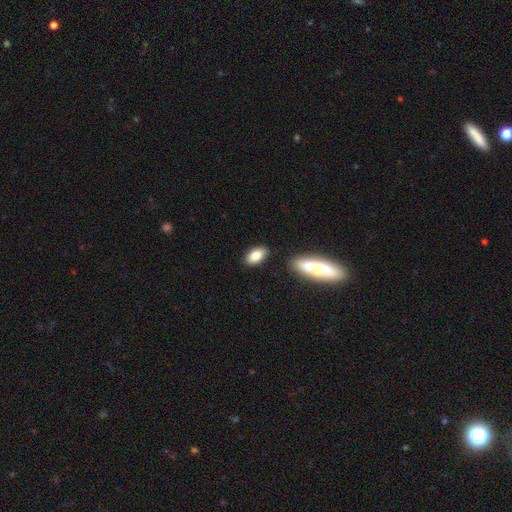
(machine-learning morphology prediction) type=smooth (83%); roundness=in between (91%); merging=none (84%).